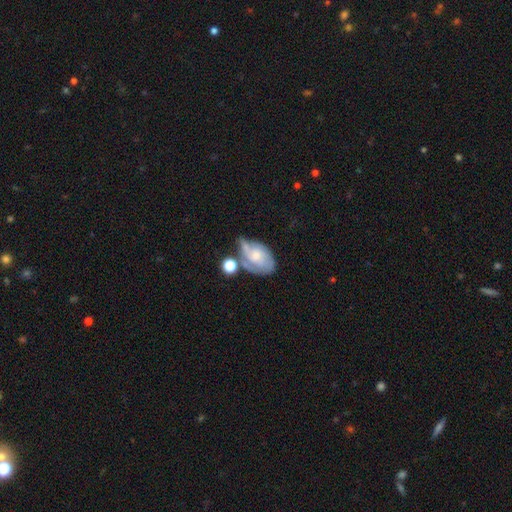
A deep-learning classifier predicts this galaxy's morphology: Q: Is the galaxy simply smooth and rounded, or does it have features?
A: featured or disk — 57%.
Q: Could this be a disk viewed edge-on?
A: no — 95%.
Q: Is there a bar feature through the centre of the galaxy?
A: no — 74%.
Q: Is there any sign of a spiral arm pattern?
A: yes — 72%.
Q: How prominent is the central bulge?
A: small — 44%.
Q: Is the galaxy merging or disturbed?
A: none — 31%.